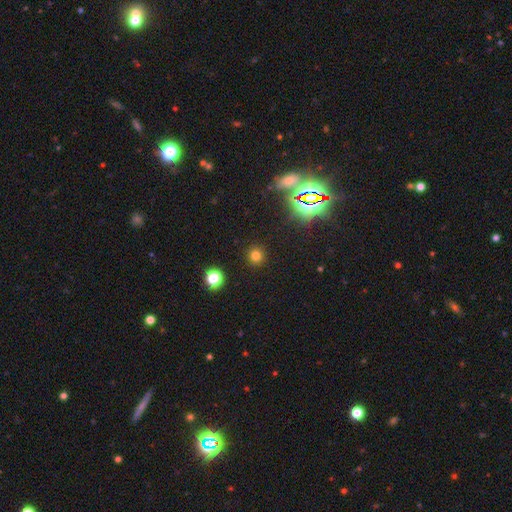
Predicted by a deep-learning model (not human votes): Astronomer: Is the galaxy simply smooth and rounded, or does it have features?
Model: smooth — 74%.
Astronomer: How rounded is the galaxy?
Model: round — 93%.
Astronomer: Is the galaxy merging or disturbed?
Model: none — 91%.